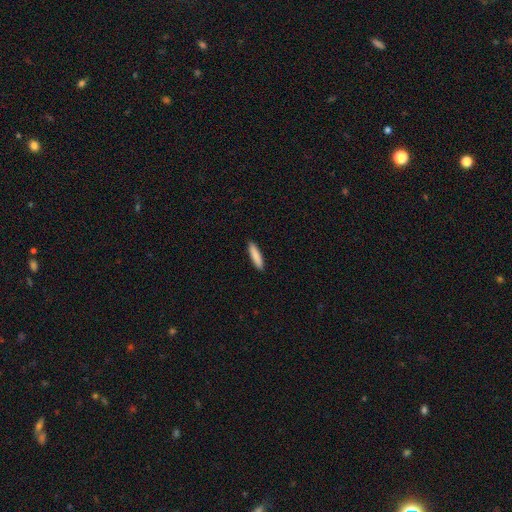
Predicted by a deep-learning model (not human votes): A smooth galaxy with no disk features (87%) that is cigar-shaped (84%). Merging: none (91%).